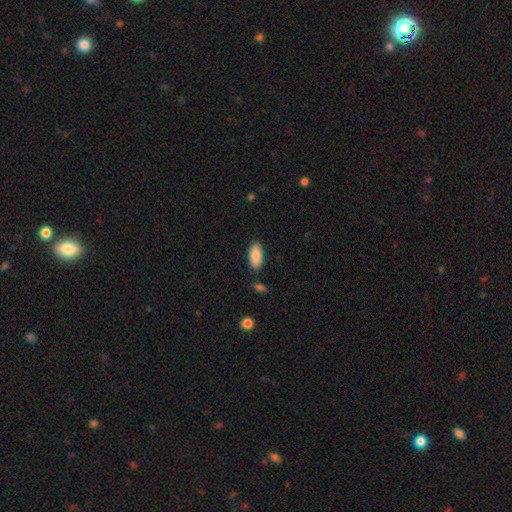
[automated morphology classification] smooth-or-featured: smooth: 89% | star or artifact: 6% | featured or disk: 5%
  how-rounded: in between: 92% | cigar-shaped: 7% | round: 2%
  merging: none: 85% | minor disturbance: 10% | merger: 3% | major disturbance: 2%